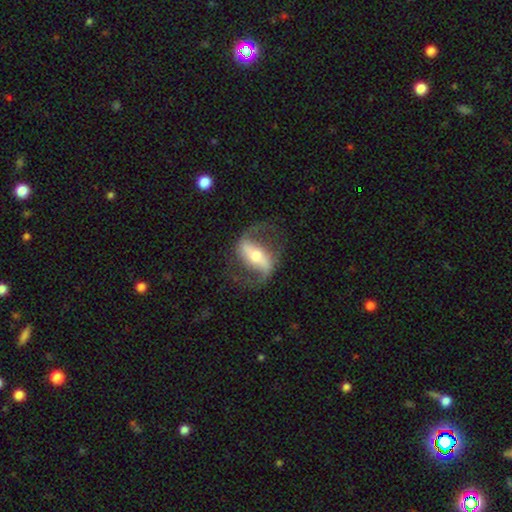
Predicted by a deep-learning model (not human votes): Morphology: type=featured or disk (84%); edge-on=no (91%); bar=strong (67%); spiral arms=yes (89%); winding=loose (51%); arm count=2 (91%); bulge=moderate (55%); merging=none (73%).